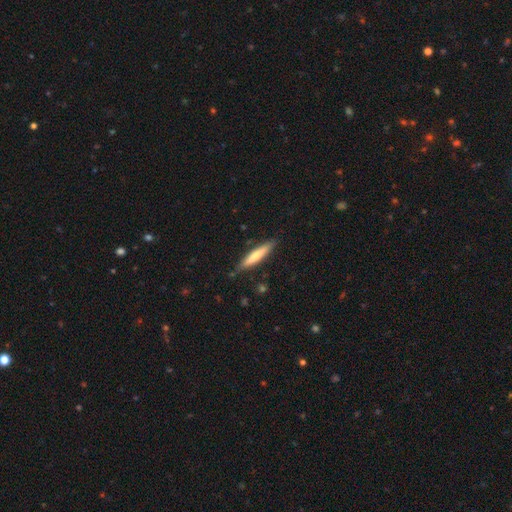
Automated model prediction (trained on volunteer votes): Overall: smooth (64%; featured or disk 30%). How rounded: cigar-shaped (88%). Merging: none (84%).